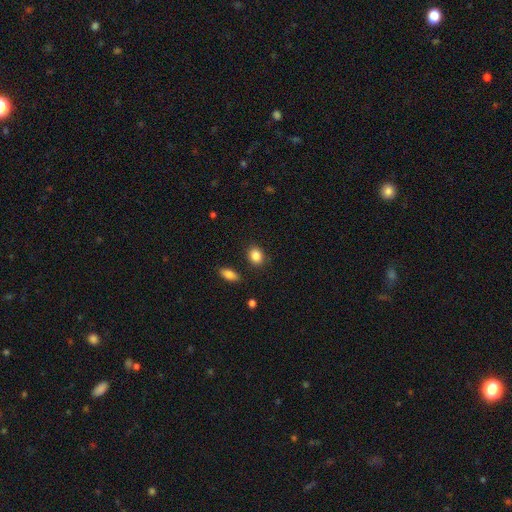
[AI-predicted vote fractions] Morphology: type=smooth (87%); roundness=in between (52%); merging=none (84%).